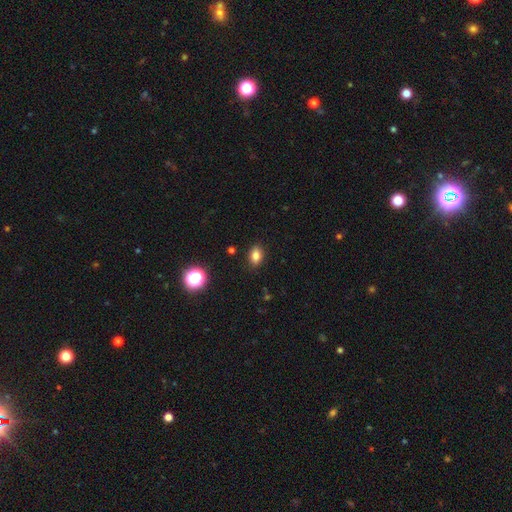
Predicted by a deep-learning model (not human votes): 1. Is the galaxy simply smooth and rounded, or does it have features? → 82% smooth, 12% star or artifact, 6% featured or disk.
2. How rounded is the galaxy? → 81% in between, 17% round, 2% cigar-shaped.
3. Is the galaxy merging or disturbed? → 88% none, 9% minor disturbance, 2% major disturbance, 1% merger.